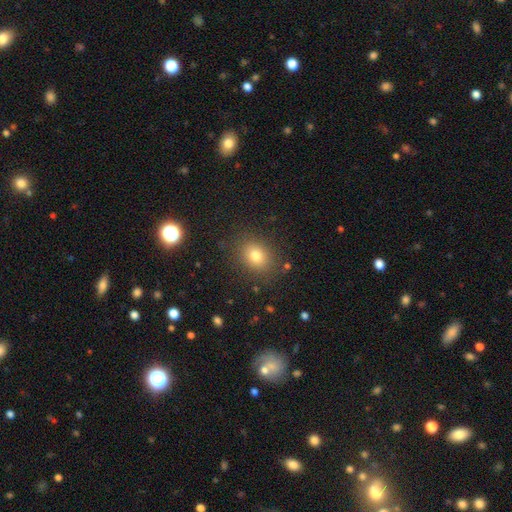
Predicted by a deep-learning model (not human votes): Morphology: type=smooth (77%); roundness=round (58%); merging=none (86%).